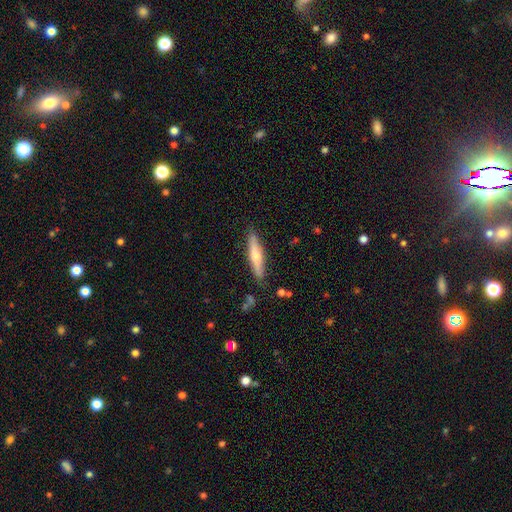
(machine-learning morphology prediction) Smooth or featured? Predicted: featured or disk (p=0.50). Edge-on disk? Predicted: yes (p=0.91). Merging? Predicted: none (p=0.86).